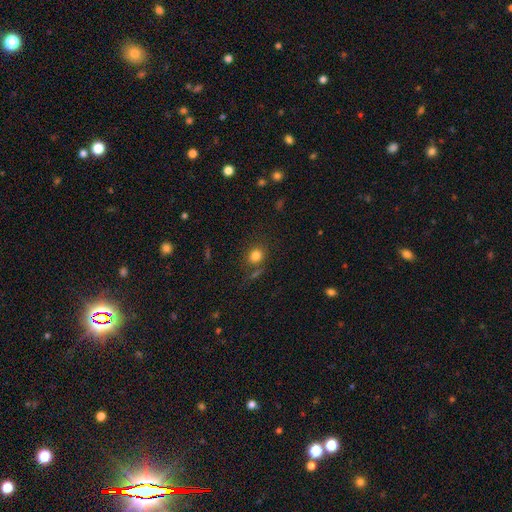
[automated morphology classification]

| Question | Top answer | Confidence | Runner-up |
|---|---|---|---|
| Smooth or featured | smooth | 80% | star or artifact (13%) |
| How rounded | round | 71% | in between (27%) |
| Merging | none | 72% | minor disturbance (13%) |